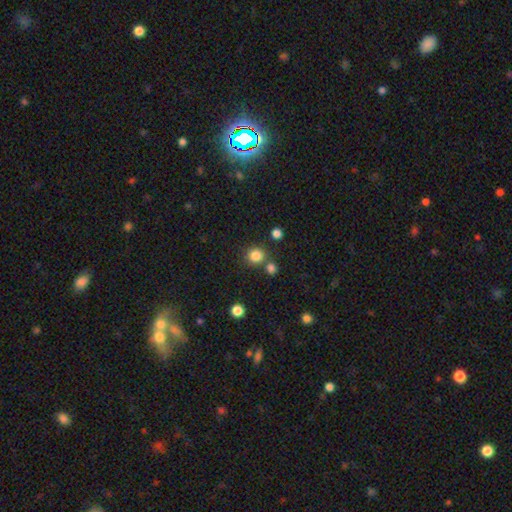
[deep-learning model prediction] smooth-or-featured: smooth: 83% | star or artifact: 13% | featured or disk: 4%
  how-rounded: round: 88% | in between: 11% | cigar-shaped: 1%
  merging: none: 75% | merger: 14% | minor disturbance: 8% | major disturbance: 3%